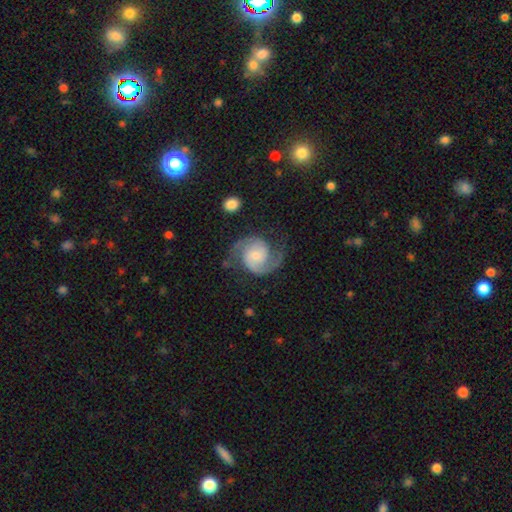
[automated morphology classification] featured or disk 90%, smooth 5%, star or artifact 4%. Down the decision tree: edge-on disk — no (98%); bar — no (62%); spiral arms — yes (98%); spiral arm count — 2 (93%); spiral winding — medium (56%); bulge size — small (54%); merging — none (75%).